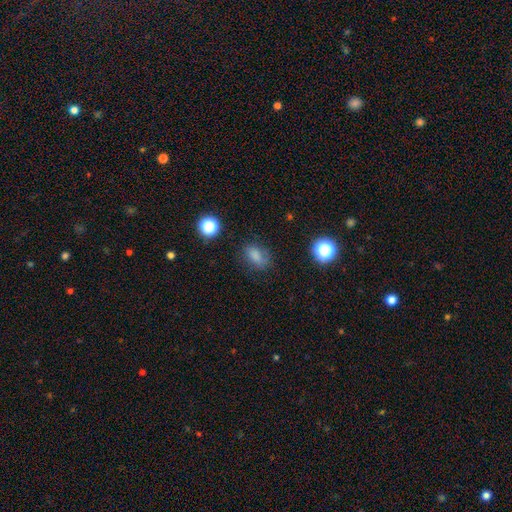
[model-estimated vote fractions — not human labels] Smooth or featured: smooth — 76% (star or artifact — 15%)
How rounded: in between — 75% (round — 23%)
Merging: none — 70% (minor disturbance — 21%)